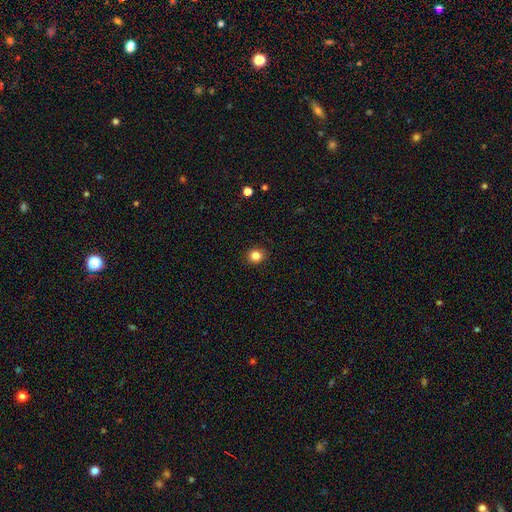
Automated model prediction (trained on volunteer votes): A smooth galaxy with no disk features (84%) that is round (84%). Merging: none (91%).